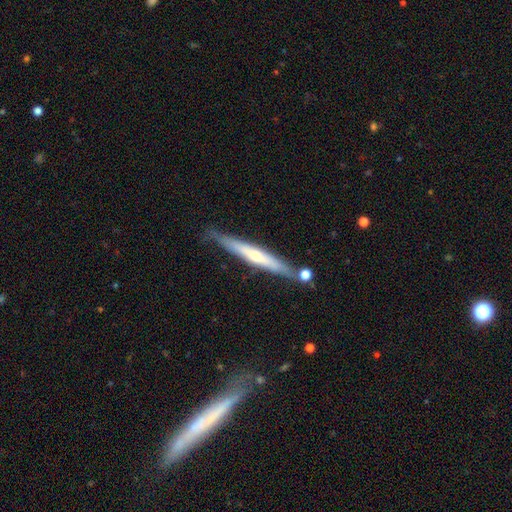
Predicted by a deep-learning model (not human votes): Smooth or featured? featured or disk (61%)
Edge-on disk? yes (91%)
Edge-on bulge? rounded (66%)
Merging? none (77%)